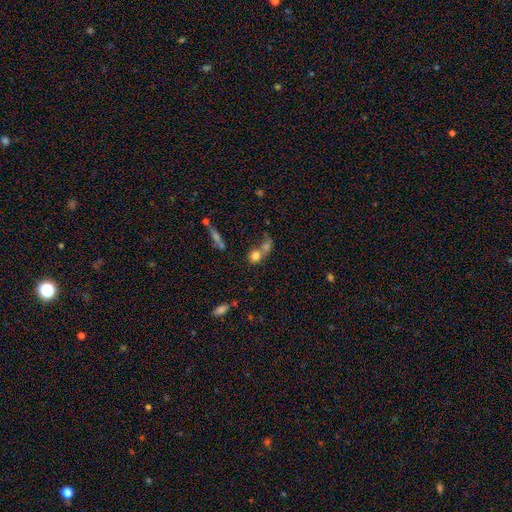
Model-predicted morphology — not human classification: Smooth or featured: smooth — 72% (featured or disk — 15%)
How rounded: round — 73% (in between — 23%)
Merging: merger — 57% (none — 31%)